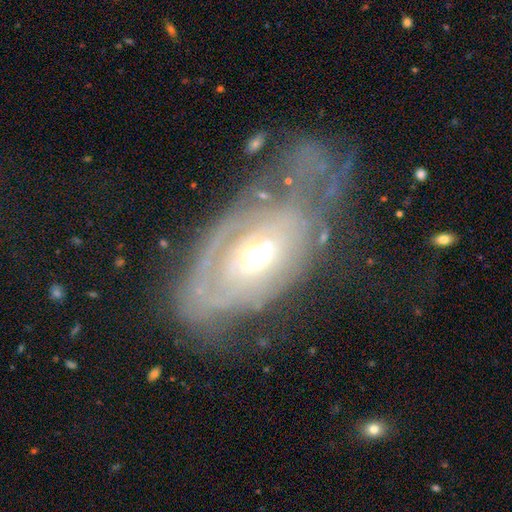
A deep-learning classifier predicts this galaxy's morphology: Smooth or featured?
  - featured or disk: 72% *
  - smooth: 21%
  - star or artifact: 7%
Edge-on disk?
  - no: 91% *
  - yes: 9%
Bar?
  - no: 71% *
  - weak: 22%
  - strong: 7%
Spiral arms?
  - yes: 60% *
  - no: 40%
Bulge size?
  - moderate: 67% *
  - small: 21%
  - large: 10%
  - dominant: 1%
  - none: 1%
Merging?
  - major disturbance: 37% *
  - none: 32%
  - minor disturbance: 26%
  - merger: 5%